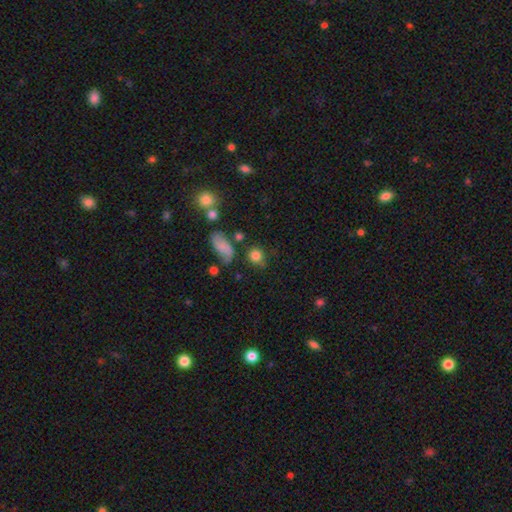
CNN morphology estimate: type=smooth (80%); roundness=round (76%); merging=none (64%).